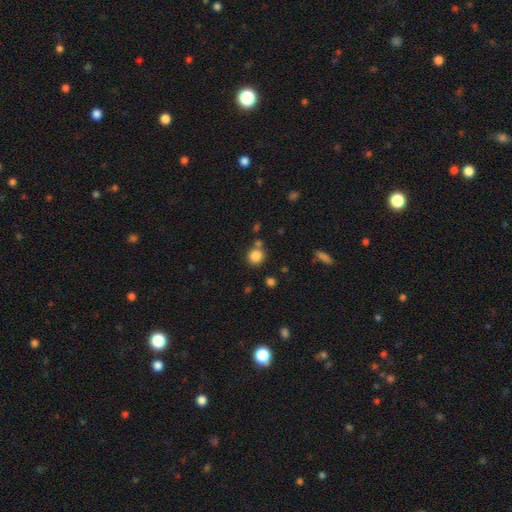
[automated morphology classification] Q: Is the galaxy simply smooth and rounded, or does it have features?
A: smooth — 85%.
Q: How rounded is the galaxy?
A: round — 88%.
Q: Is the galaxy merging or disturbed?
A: none — 71%.